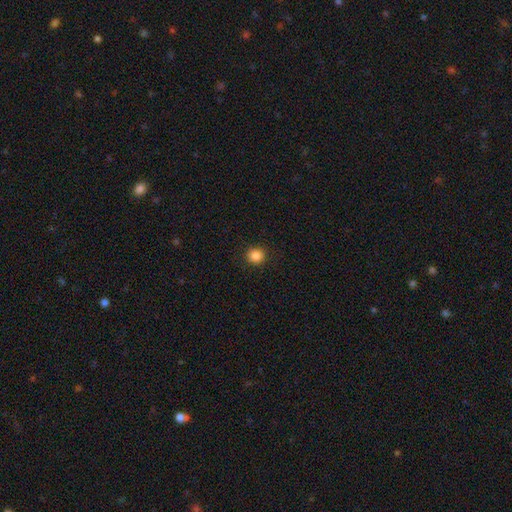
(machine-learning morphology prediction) type=smooth (86%); roundness=round (92%); merging=none (92%).